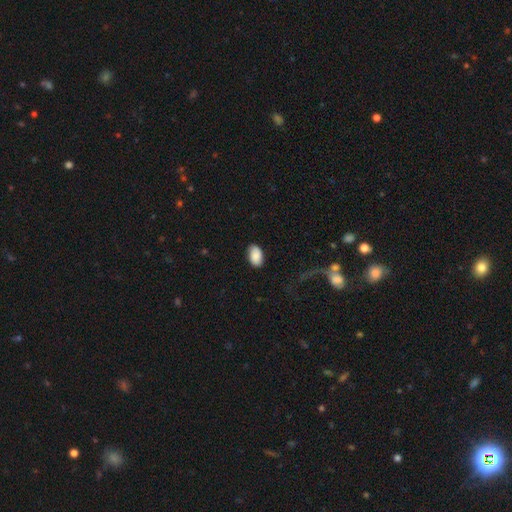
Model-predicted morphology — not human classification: Smooth or featured?
  - smooth: 87% *
  - featured or disk: 7%
  - star or artifact: 7%
How rounded?
  - in between: 92% *
  - round: 6%
  - cigar-shaped: 1%
Merging?
  - none: 83% *
  - minor disturbance: 13%
  - major disturbance: 3%
  - merger: 1%